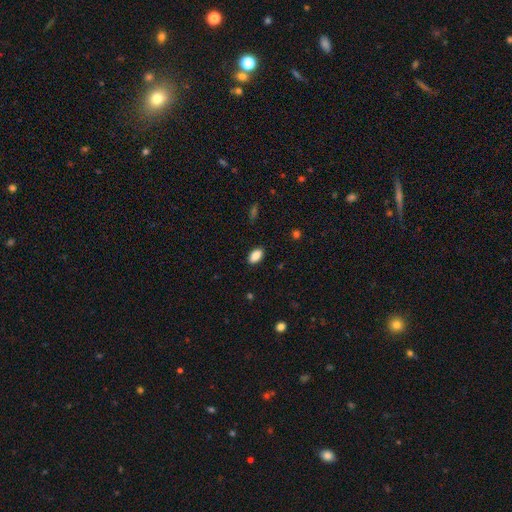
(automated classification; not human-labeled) A smooth galaxy with no disk features (87%) that is in between round and cigar-shaped (92%). Merging: none (88%).